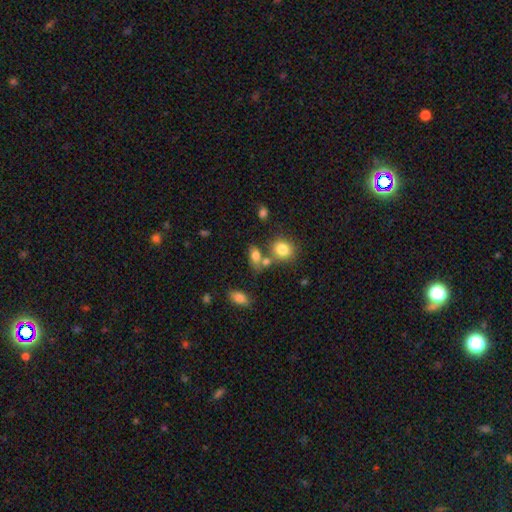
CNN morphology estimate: This is likely a smooth galaxy (78%). How rounded: likely in between (73%). Merging: possibly none (51%).